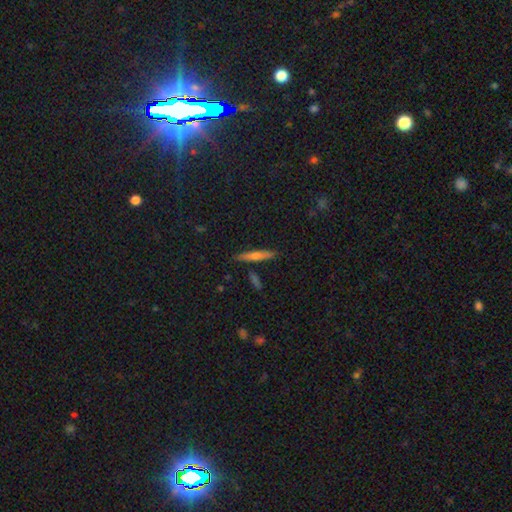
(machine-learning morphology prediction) This is possibly a smooth galaxy (49%). Merging: clearly none (87%).